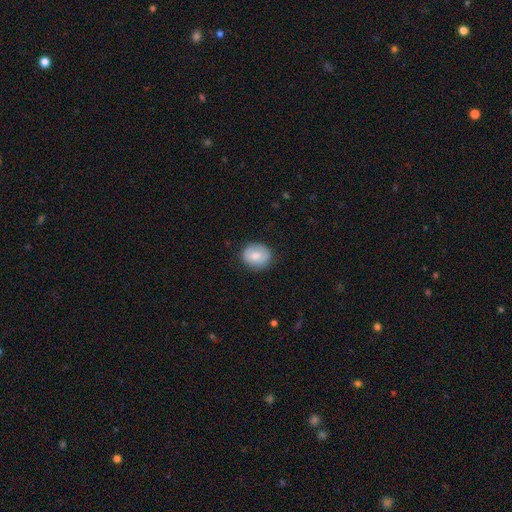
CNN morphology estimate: Q: Smooth or featured?
A: smooth (71%); runner-up: featured or disk (23%)
Q: How rounded?
A: round (62%); runner-up: in between (37%)
Q: Merging?
A: none (81%); runner-up: minor disturbance (14%)